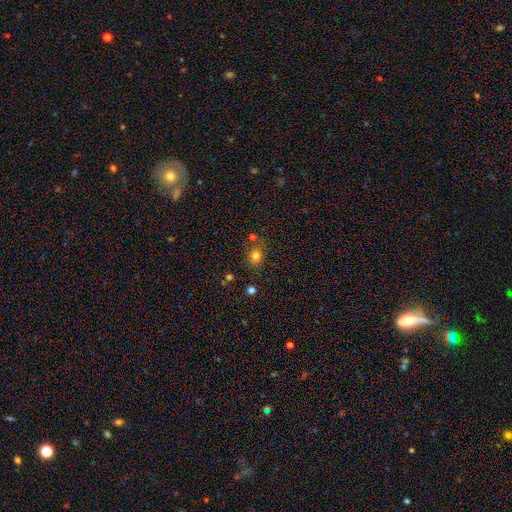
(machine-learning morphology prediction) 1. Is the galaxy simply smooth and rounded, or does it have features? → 77% smooth, 15% star or artifact, 7% featured or disk.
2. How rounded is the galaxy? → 67% round, 32% in between, 1% cigar-shaped.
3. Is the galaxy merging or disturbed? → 70% none, 15% minor disturbance, 10% merger, 5% major disturbance.